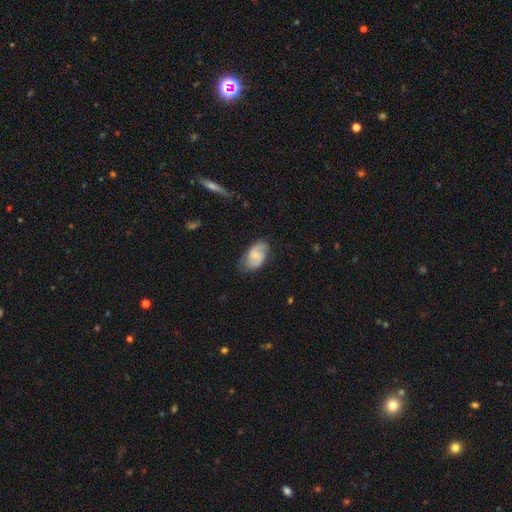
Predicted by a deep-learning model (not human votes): The model was most divided on "bar": no: 55%, weak: 39%, strong: 7%. Remaining: edge-on disk — no (97%); spiral arms — yes (91%); spiral arm count — 2 (83%); merging — none (70%); smooth or featured — featured or disk (61%); bulge size — small (52%); spiral winding — medium (47%).